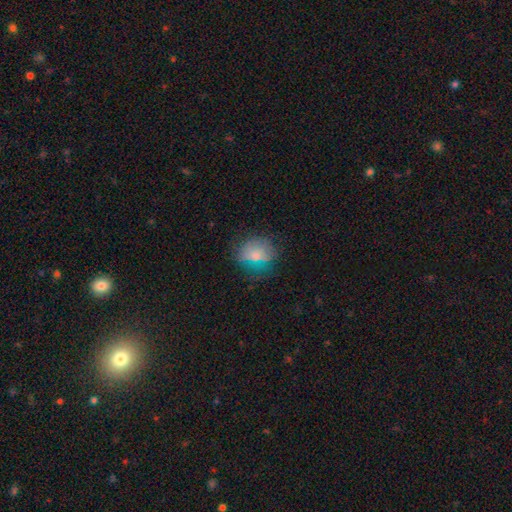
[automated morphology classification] Smooth or featured? Predicted: smooth (p=0.67). How rounded? Predicted: round (p=0.66). Merging? Predicted: none (p=0.62).